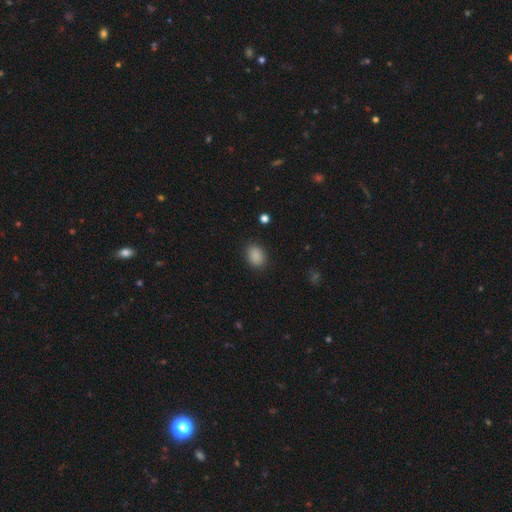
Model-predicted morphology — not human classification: The model was most divided on "how rounded": in between: 66%, round: 33%, cigar-shaped: 1%. More confident: smooth or featured — smooth (88%); merging — none (86%).